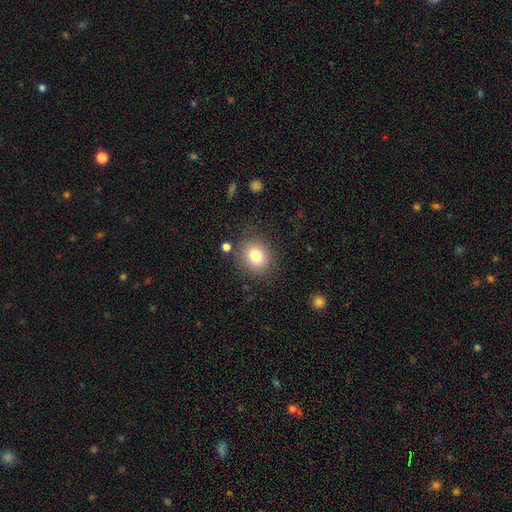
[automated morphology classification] A smooth galaxy with no disk features (80%) that is round (71%). Merging: none (82%).